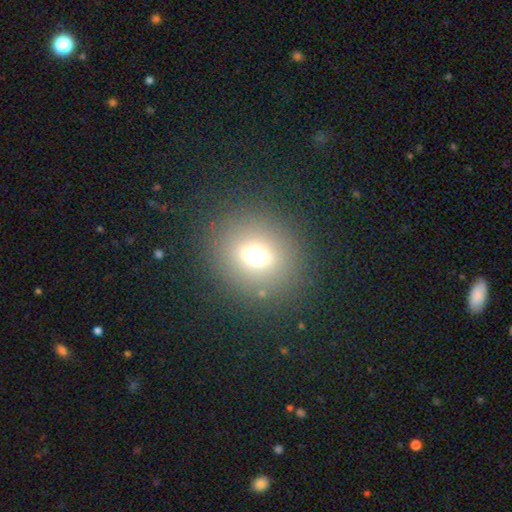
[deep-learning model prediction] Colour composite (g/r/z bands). It shows a smooth galaxy with no disk features (64%) that is round (74%). Merging: none (84%).